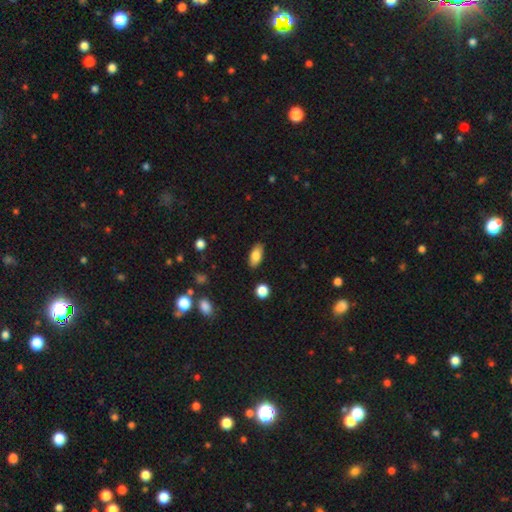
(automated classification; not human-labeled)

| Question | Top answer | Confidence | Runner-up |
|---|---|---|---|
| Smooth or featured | smooth | 82% | featured or disk (10%) |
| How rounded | in between | 88% | cigar-shaped (9%) |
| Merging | none | 87% | minor disturbance (10%) |